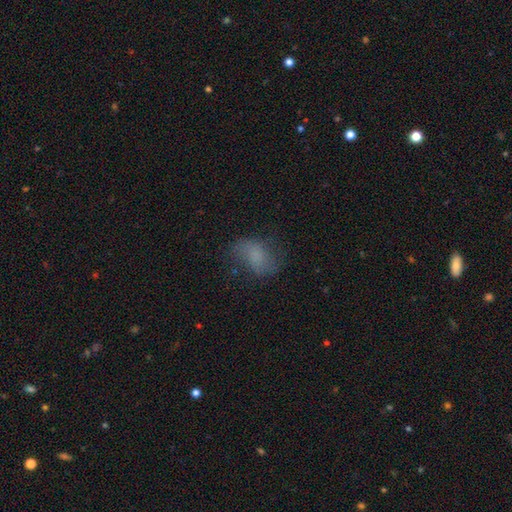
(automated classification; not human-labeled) smooth-or-featured: smooth: 54% | featured or disk: 33% | star or artifact: 13%
  how-rounded: in between: 79% | round: 19% | cigar-shaped: 2%
  merging: none: 60% | minor disturbance: 23% | major disturbance: 16% | merger: 2%